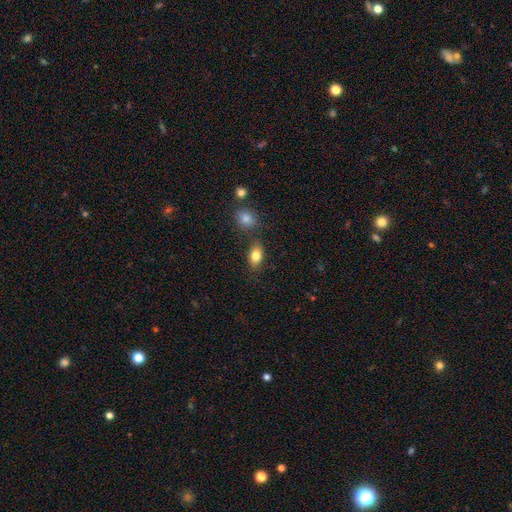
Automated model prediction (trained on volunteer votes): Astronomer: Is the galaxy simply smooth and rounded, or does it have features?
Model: smooth — 83%.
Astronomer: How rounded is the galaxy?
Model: in between — 86%.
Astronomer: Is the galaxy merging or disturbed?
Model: none — 74%.